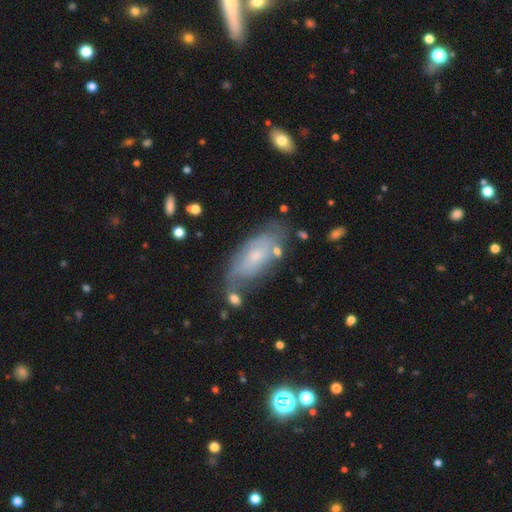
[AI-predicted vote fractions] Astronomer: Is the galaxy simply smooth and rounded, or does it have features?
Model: featured or disk — 53% (runner-up: smooth, 39%).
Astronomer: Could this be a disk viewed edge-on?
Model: no — 86%.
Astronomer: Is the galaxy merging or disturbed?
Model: none — 58%.